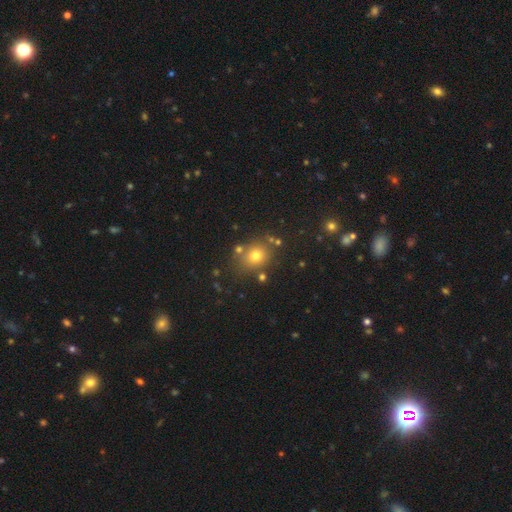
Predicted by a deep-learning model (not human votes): Smooth or featured: smooth — 73% (star or artifact — 17%)
How rounded: round — 69% (in between — 30%)
Merging: none — 78% (minor disturbance — 11%)